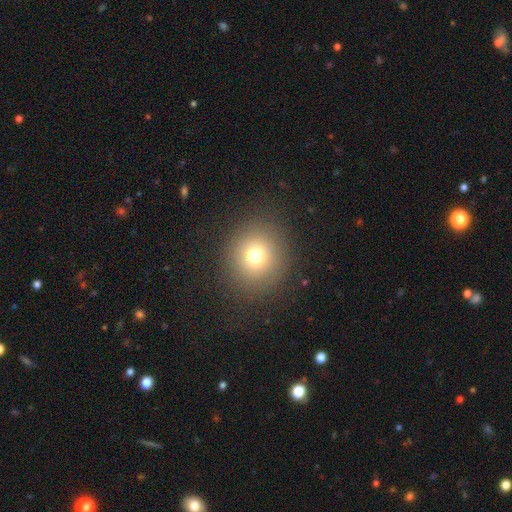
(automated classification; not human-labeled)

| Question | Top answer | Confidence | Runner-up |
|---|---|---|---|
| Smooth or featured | smooth | 73% | star or artifact (16%) |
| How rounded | round | 89% | in between (11%) |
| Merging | none | 88% | minor disturbance (7%) |